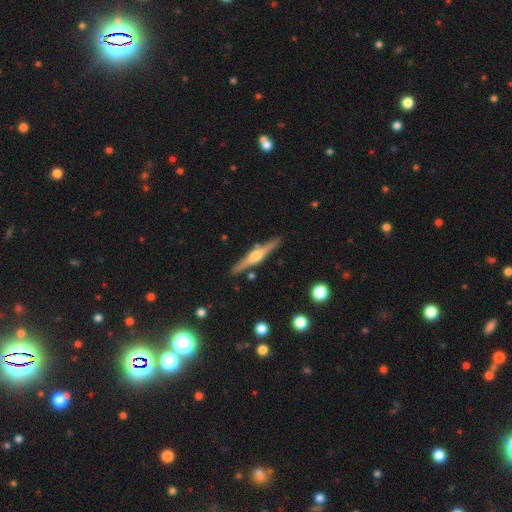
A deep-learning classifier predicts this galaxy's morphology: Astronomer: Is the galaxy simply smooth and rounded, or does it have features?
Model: featured or disk — 77%.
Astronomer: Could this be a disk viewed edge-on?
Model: yes — 98%.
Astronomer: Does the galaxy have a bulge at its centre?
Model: rounded — 88%.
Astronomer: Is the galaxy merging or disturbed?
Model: none — 88%.